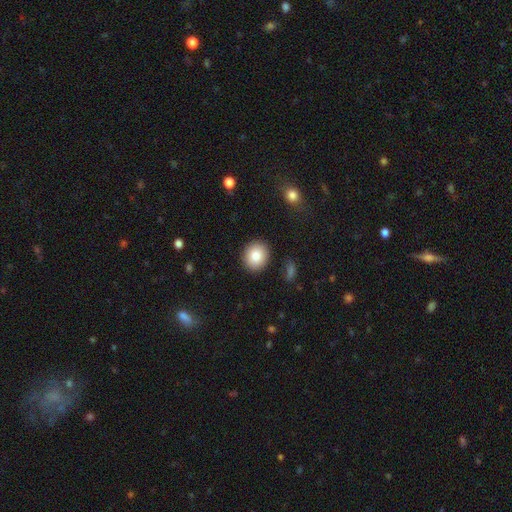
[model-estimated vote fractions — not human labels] This is clearly a smooth galaxy (83%). How rounded: likely round (75%). Merging: clearly none (89%).